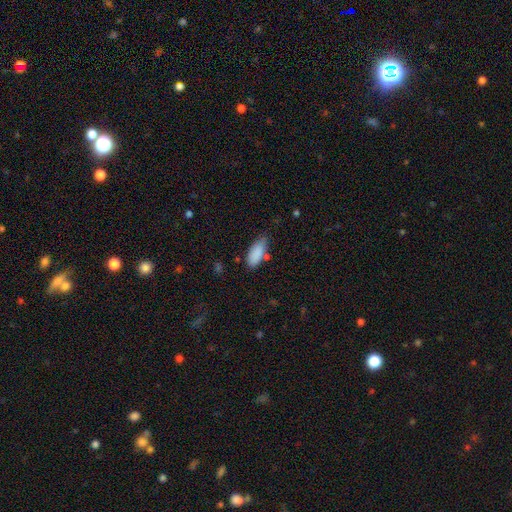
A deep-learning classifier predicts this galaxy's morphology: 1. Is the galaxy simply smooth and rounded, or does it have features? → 87% smooth, 7% star or artifact, 6% featured or disk.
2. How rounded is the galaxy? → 82% in between, 16% cigar-shaped, 2% round.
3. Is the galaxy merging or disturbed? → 64% none, 25% minor disturbance, 6% merger, 5% major disturbance.